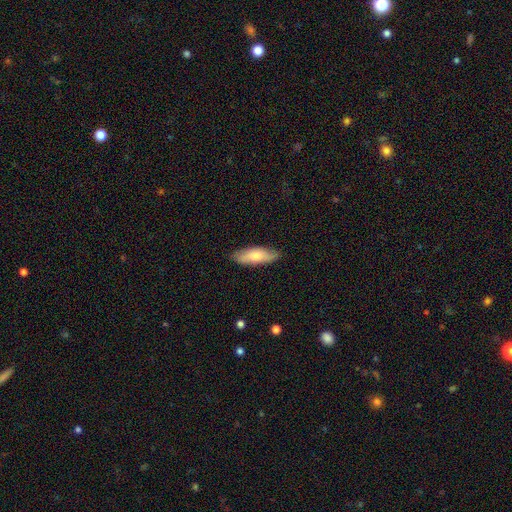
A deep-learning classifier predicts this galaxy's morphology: This is likely a smooth galaxy (76%). How rounded: likely in between (65%). Merging: clearly none (83%).